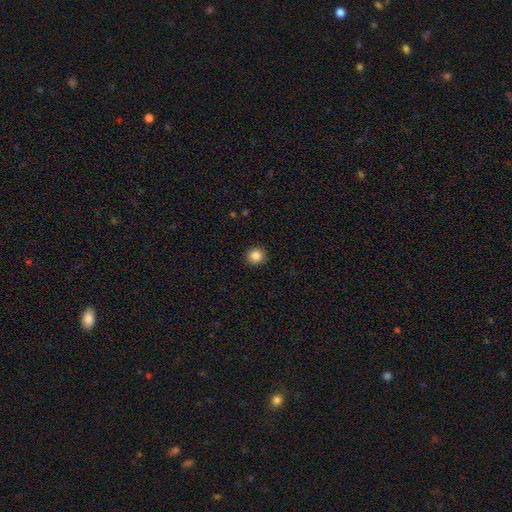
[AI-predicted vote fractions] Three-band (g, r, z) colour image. It shows a smooth galaxy with no disk features (85%) that is round (93%). Merging: none (93%).